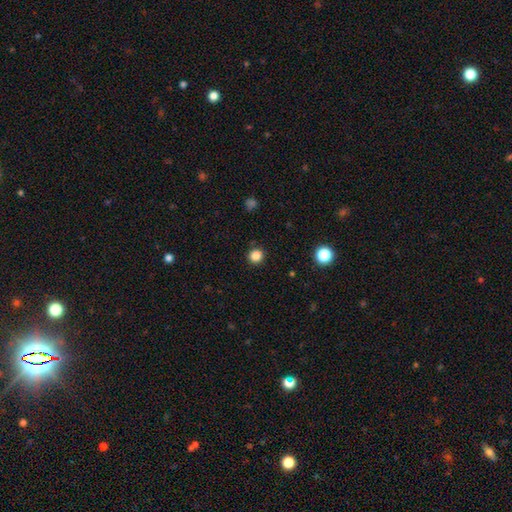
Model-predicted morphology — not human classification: This is clearly a smooth galaxy (83%). How rounded: clearly round (91%). Merging: clearly none (90%).